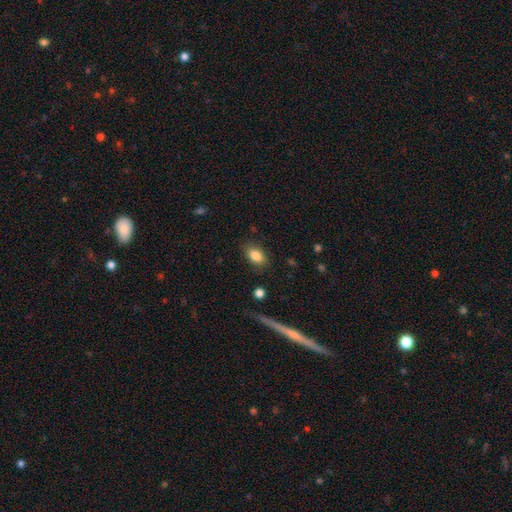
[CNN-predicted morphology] smooth-or-featured: smooth: 85% | star or artifact: 8% | featured or disk: 7%
  how-rounded: in between: 85% | round: 13% | cigar-shaped: 2%
  merging: none: 84% | minor disturbance: 11% | major disturbance: 3% | merger: 1%